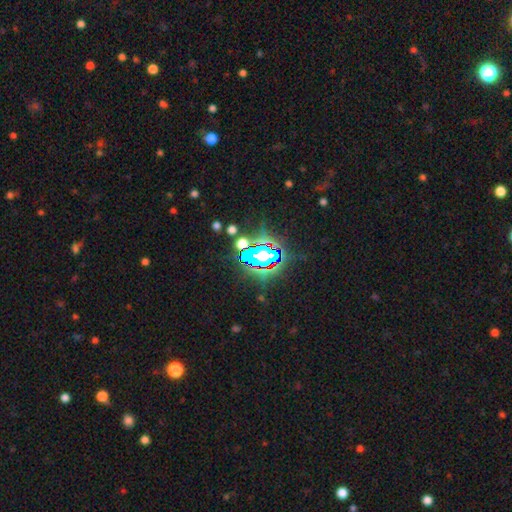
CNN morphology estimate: The model was most divided on "smooth or featured": star or artifact: 79%, smooth: 12%, featured or disk: 9%.